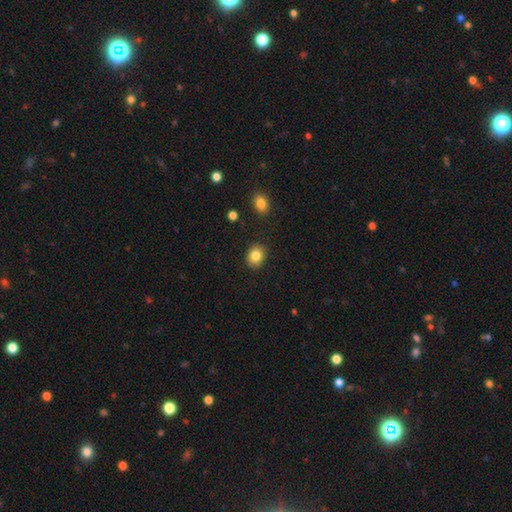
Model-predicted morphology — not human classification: smooth 84%, star or artifact 9%, featured or disk 7%. Down the decision tree: how rounded — in between (51%); merging — none (88%).